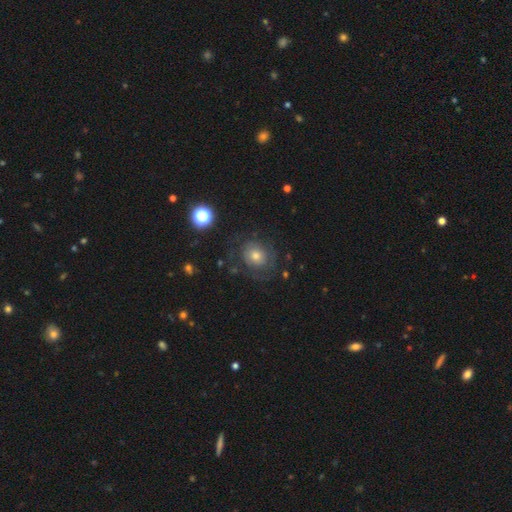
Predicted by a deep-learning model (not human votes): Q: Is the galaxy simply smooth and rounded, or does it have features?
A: featured or disk — 43%.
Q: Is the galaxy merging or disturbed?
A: none — 71%.